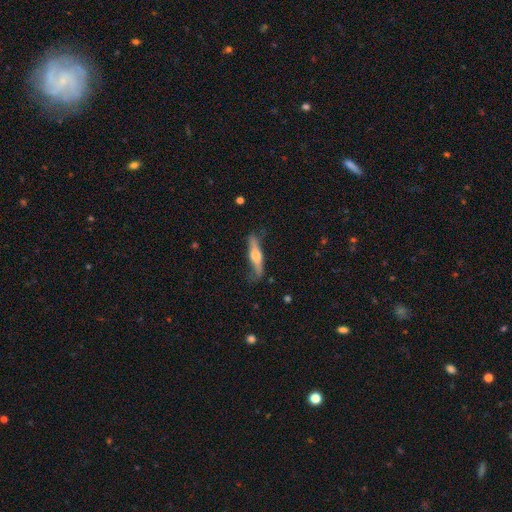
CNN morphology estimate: This is likely a featured or disk galaxy (64%). It is clearly viewed edge-on (94%). Edge-on bulge: clearly rounded (91%). Merging: likely none (75%).